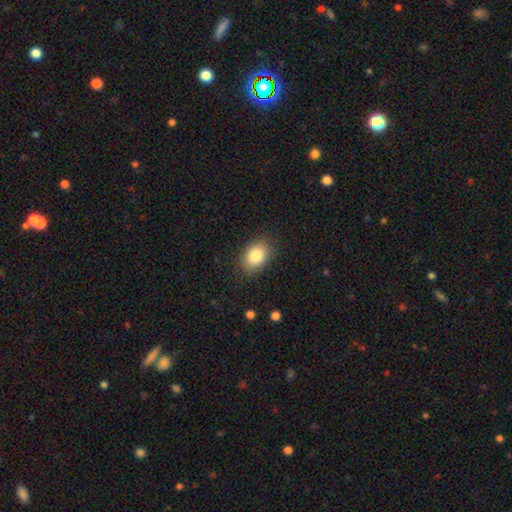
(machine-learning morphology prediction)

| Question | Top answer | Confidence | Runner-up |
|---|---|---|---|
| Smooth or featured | smooth | 86% | star or artifact (8%) |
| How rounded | in between | 80% | round (19%) |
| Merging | none | 84% | minor disturbance (11%) |